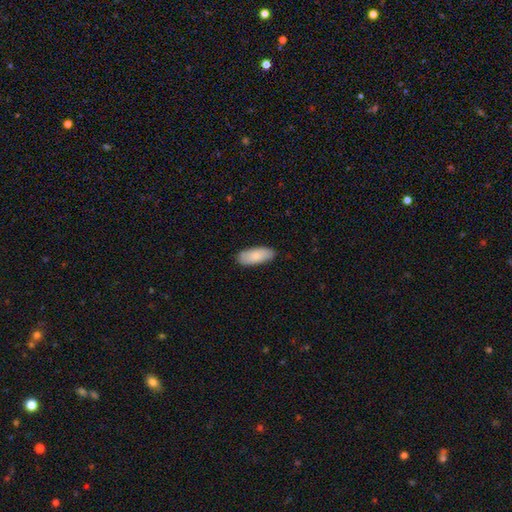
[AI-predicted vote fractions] Smooth or featured?
  - smooth: 85% *
  - featured or disk: 10%
  - star or artifact: 5%
How rounded?
  - in between: 83% *
  - cigar-shaped: 15%
  - round: 2%
Merging?
  - none: 86% *
  - minor disturbance: 11%
  - major disturbance: 2%
  - merger: 1%